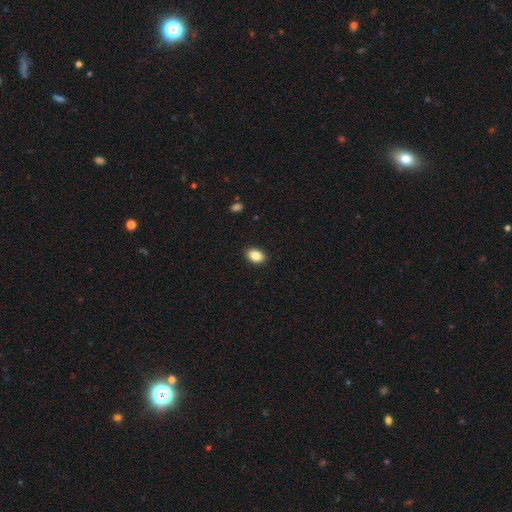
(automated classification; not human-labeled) Smooth or featured?
  - smooth: 86% *
  - star or artifact: 8%
  - featured or disk: 5%
How rounded?
  - in between: 83% *
  - round: 16%
  - cigar-shaped: 1%
Merging?
  - none: 90% *
  - minor disturbance: 7%
  - major disturbance: 2%
  - merger: 1%